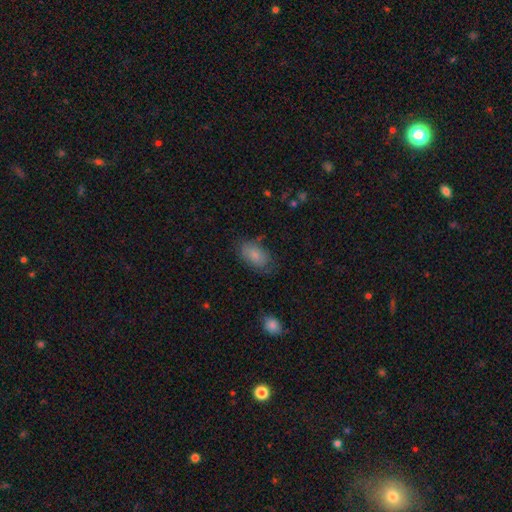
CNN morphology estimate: A smooth galaxy with no disk features (81%) that is in between round and cigar-shaped (91%). Merging: none (65%).